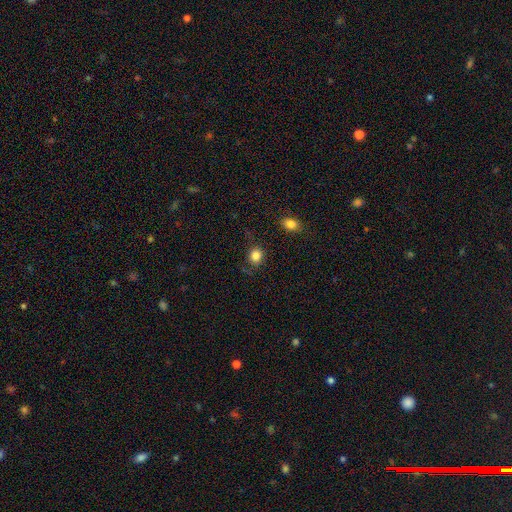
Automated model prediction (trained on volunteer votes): This appears to be a smooth galaxy with no disk features (84%) that is round (75%). Merging: none (79%).